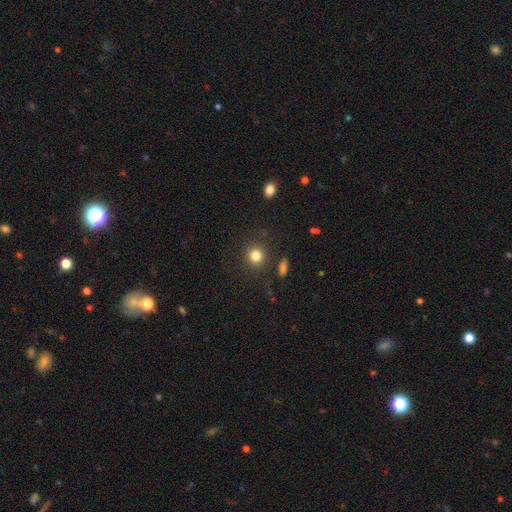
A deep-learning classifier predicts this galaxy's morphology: type=smooth (82%); roundness=round (88%); merging=none (86%).